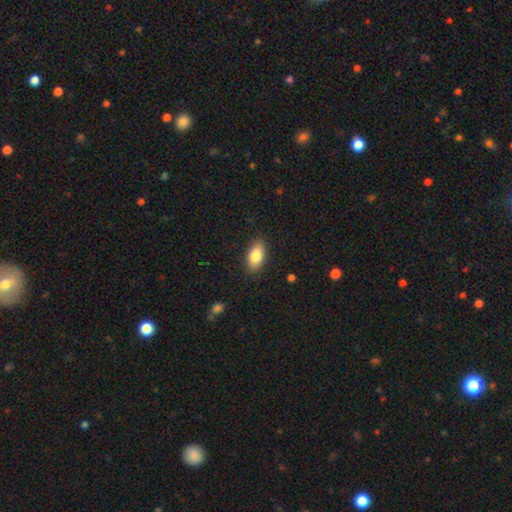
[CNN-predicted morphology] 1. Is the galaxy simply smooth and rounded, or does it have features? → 84% smooth, 9% featured or disk, 7% star or artifact.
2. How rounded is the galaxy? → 91% in between, 5% cigar-shaped, 4% round.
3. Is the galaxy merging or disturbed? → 87% none, 9% minor disturbance, 2% major disturbance, 1% merger.